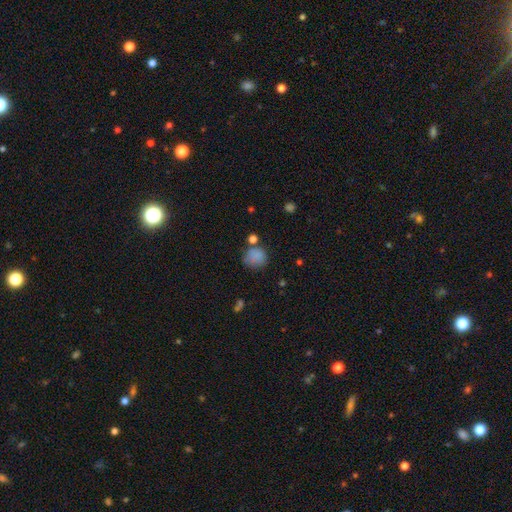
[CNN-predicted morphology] type=smooth (81%); roundness=round (83%); merging=none (66%).